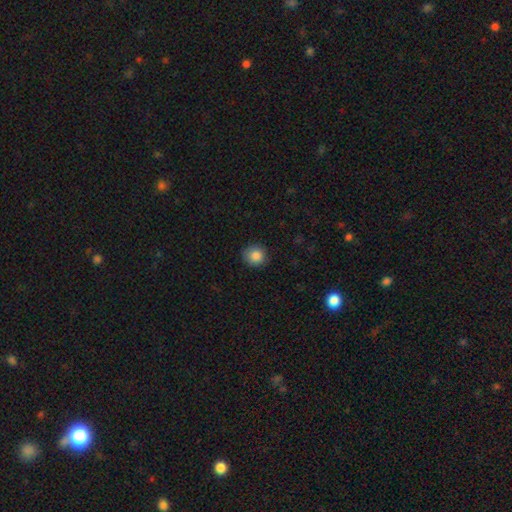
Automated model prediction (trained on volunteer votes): Smooth or featured? Predicted: smooth (p=0.86). How rounded? Predicted: round (p=0.90). Merging? Predicted: none (p=0.87).